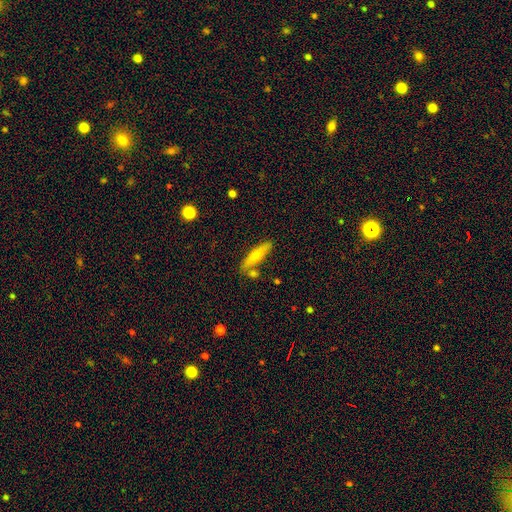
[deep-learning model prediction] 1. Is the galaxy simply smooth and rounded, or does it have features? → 61% smooth, 32% featured or disk, 7% star or artifact.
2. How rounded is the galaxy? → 77% cigar-shaped, 21% in between, 2% round.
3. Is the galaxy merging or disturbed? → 75% none, 12% minor disturbance, 9% merger, 3% major disturbance.